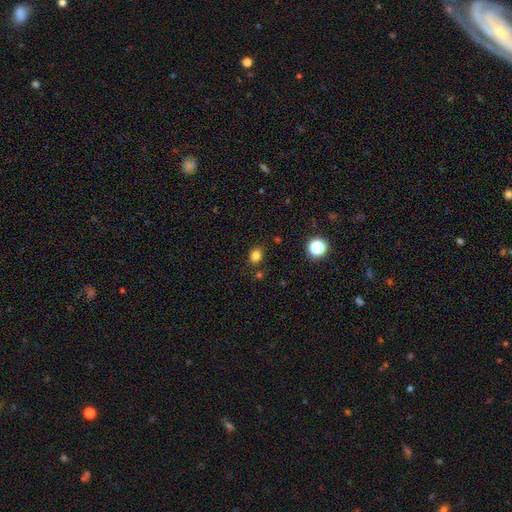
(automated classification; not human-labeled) This appears to be a smooth galaxy with no disk features (81%) that is in between round and cigar-shaped (51%). Merging: none (83%).